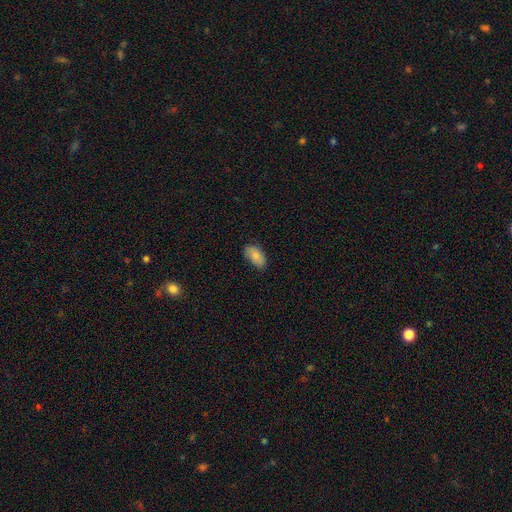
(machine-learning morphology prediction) type=smooth (84%); roundness=in between (94%); merging=none (80%).